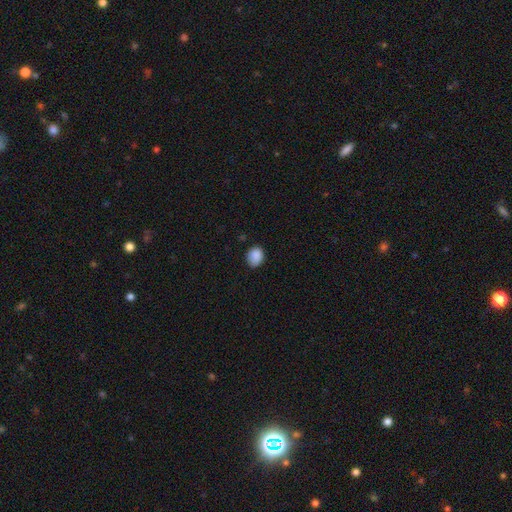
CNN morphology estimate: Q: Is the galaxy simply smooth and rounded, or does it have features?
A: smooth — 88%.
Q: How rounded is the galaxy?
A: round — 51%.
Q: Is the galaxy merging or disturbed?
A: none — 76%.